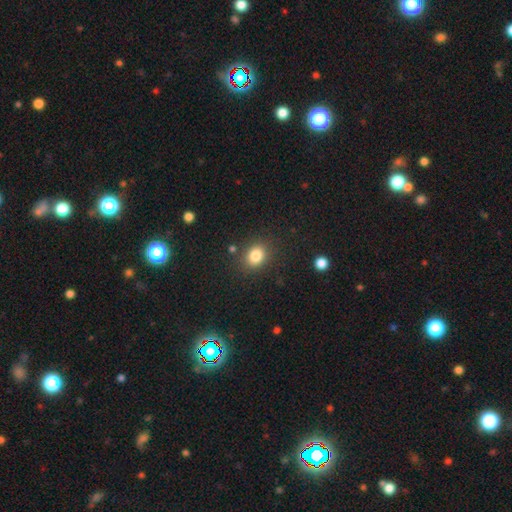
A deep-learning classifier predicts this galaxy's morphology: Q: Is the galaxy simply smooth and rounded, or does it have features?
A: smooth — 83%.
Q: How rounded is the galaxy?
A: round — 59%.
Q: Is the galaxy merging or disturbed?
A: none — 82%.